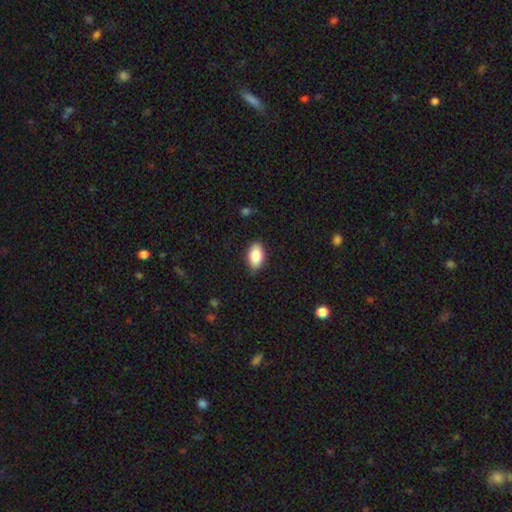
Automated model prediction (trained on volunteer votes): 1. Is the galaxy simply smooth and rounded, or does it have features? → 86% smooth, 7% featured or disk, 7% star or artifact.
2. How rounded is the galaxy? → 92% in between, 6% round, 2% cigar-shaped.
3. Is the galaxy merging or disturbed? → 82% none, 15% minor disturbance, 3% major disturbance, 1% merger.